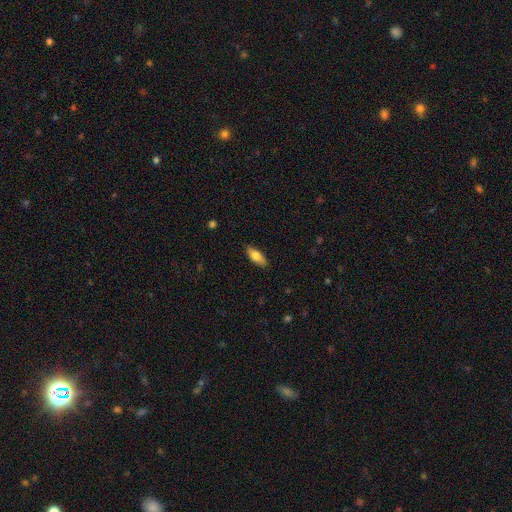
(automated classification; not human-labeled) Smooth or featured? Predicted: smooth (p=0.73). How rounded? Predicted: in between (p=0.72). Merging? Predicted: none (p=0.86).